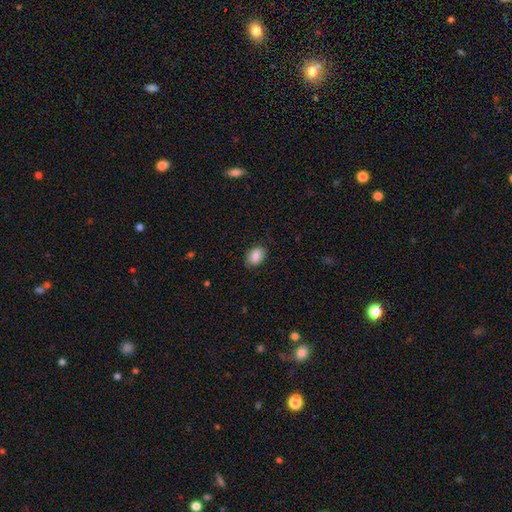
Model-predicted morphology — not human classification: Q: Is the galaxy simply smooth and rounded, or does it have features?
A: smooth — 84%.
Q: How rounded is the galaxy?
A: in between — 75%.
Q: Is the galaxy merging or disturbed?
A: none — 84%.